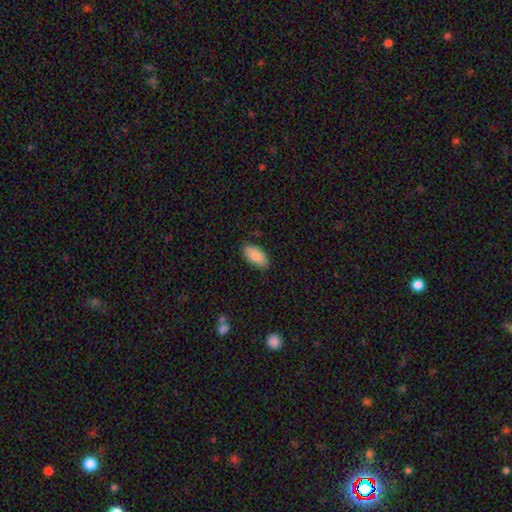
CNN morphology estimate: Smooth or featured: smooth — 87% (featured or disk — 7%)
How rounded: in between — 92% (cigar-shaped — 6%)
Merging: none — 85% (minor disturbance — 11%)